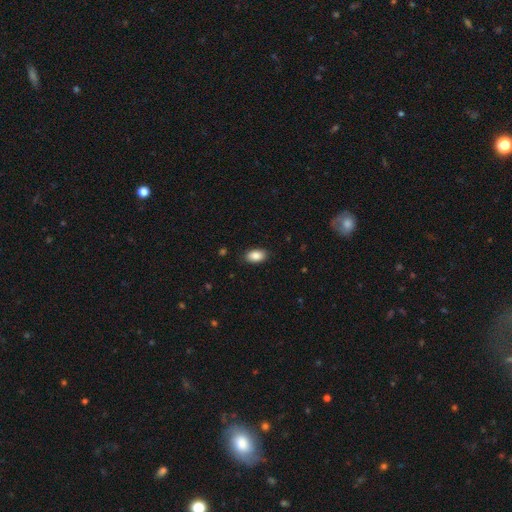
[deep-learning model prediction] Q: Smooth or featured?
A: smooth (88%); runner-up: star or artifact (7%)
Q: How rounded?
A: in between (92%); runner-up: round (6%)
Q: Merging?
A: none (87%); runner-up: minor disturbance (10%)